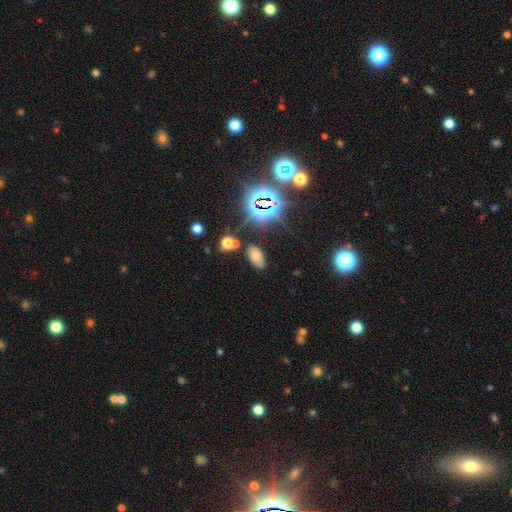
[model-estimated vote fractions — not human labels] Q: Smooth or featured?
A: smooth (61%); runner-up: star or artifact (30%)
Q: How rounded?
A: in between (93%); runner-up: round (4%)
Q: Merging?
A: none (80%); runner-up: minor disturbance (11%)